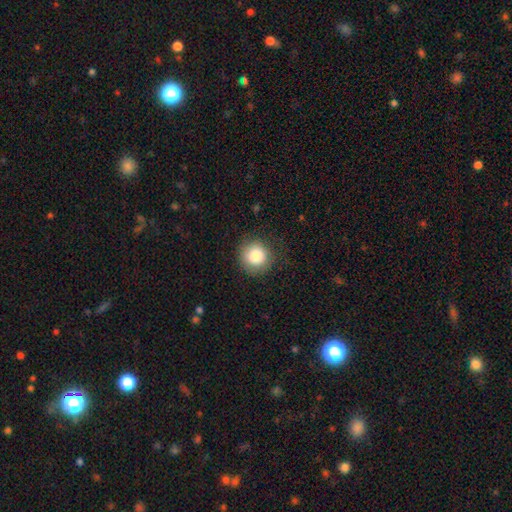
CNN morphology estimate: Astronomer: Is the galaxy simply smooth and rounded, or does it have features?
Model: smooth — 85%.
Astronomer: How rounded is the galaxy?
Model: round — 93%.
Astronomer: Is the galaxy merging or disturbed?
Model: none — 84%.